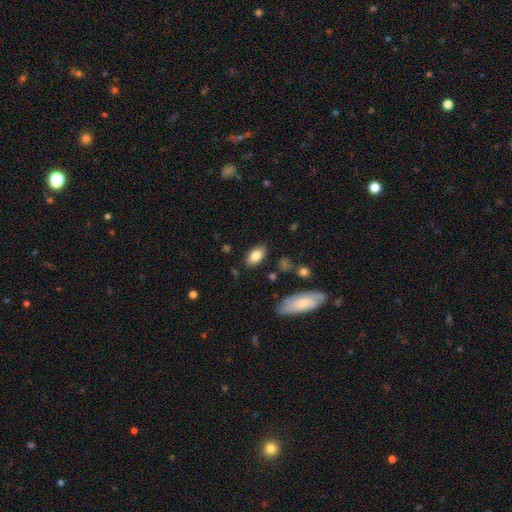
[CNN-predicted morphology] Overall: smooth (82%). How rounded: in between (91%). Merging: none (84%).